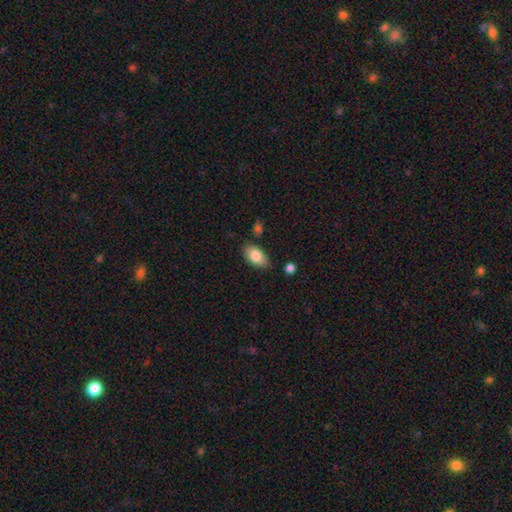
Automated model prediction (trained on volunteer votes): Morphology: type=smooth (82%); roundness=in between (92%); merging=none (79%).